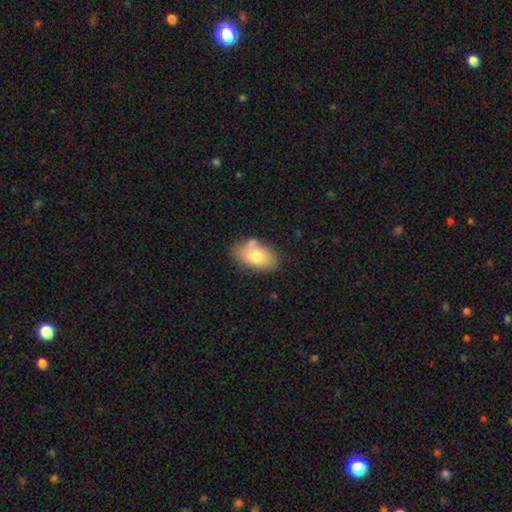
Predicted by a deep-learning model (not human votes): Overall: smooth (74%). How rounded: in between (91%). Merging: none (66%).